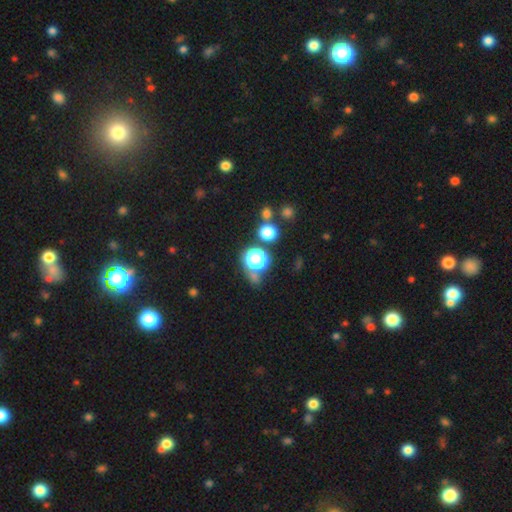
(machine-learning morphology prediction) Smooth or featured?
  - smooth: 47% *
  - star or artifact: 45%
  - featured or disk: 8%
Merging?
  - none: 69% *
  - merger: 13%
  - minor disturbance: 11%
  - major disturbance: 7%